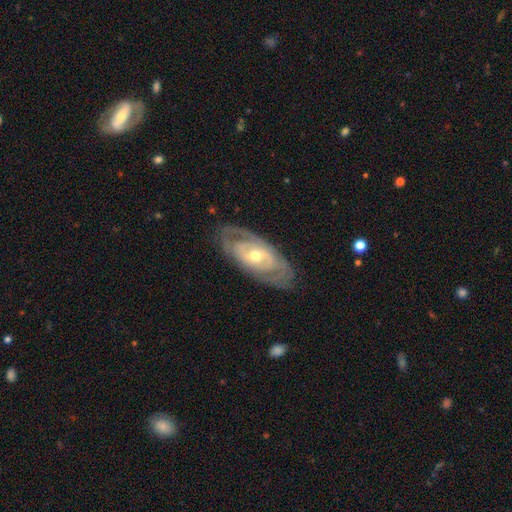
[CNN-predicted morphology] This is likely a featured or disk galaxy (79%). It is clearly not viewed edge-on (89%). Bar: likely no (63%). Spiral arm pattern: likely yes (70%). Central bulge: likely moderate (63%). Merging: likely none (78%).